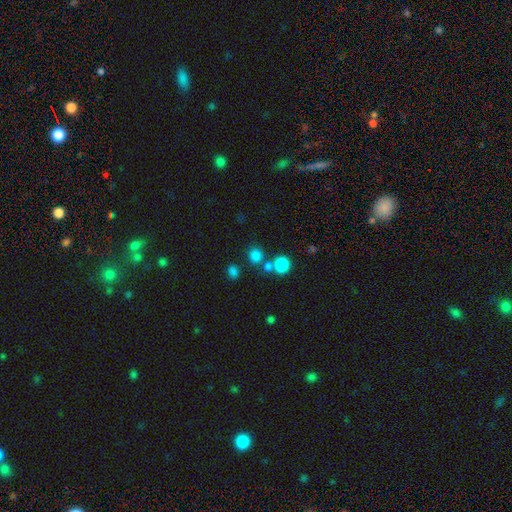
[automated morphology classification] Smooth or featured? Predicted: smooth (p=0.79). How rounded? Predicted: round (p=0.86). Merging? Predicted: none (p=0.69).